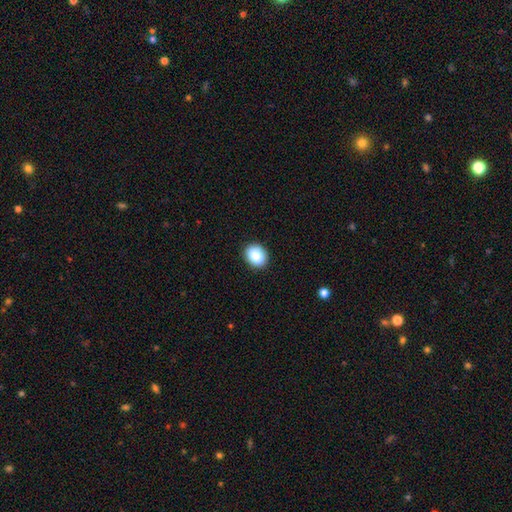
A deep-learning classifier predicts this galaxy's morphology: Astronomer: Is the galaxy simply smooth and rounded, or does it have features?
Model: smooth — 87%.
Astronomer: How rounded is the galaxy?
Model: round — 52% (runner-up: in between, 47%).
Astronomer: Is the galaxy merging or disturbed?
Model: none — 91%.